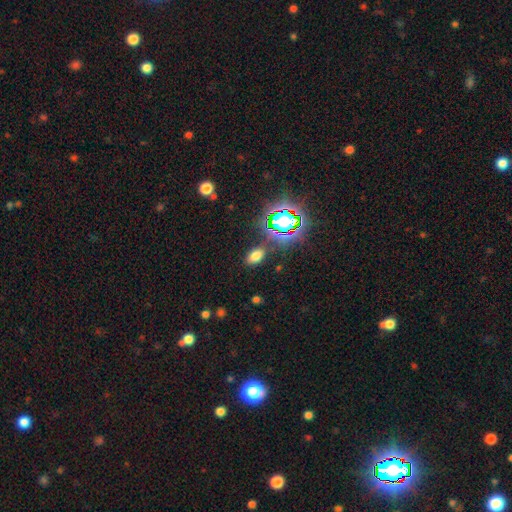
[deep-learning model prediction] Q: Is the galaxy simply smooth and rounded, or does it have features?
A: smooth — 68%.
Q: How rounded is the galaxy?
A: in between — 88%.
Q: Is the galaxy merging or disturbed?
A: none — 83%.